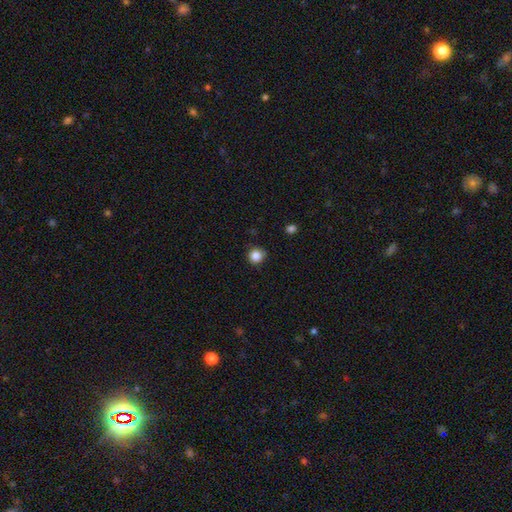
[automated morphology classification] This is clearly a smooth galaxy (84%). How rounded: clearly round (93%). Merging: clearly none (84%).